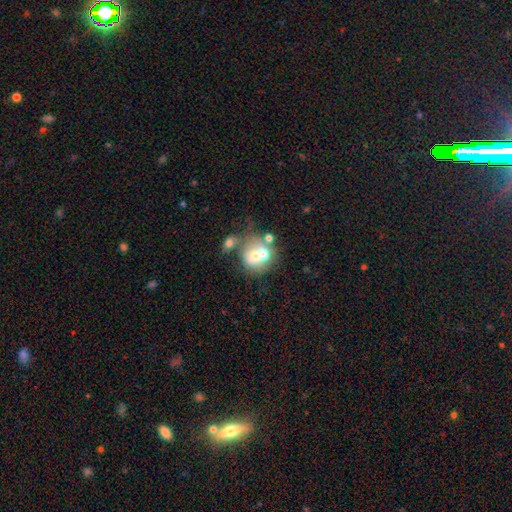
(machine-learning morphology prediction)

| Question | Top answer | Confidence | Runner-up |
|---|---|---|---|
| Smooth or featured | smooth | 54% | featured or disk (35%) |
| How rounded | round | 77% | in between (22%) |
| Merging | merger | 54% | none (27%) |